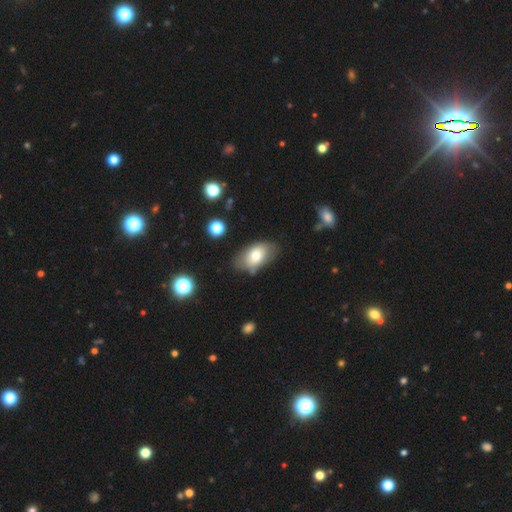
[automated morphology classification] Smooth or featured: smooth — 71% (featured or disk — 21%)
How rounded: in between — 92% (round — 6%)
Merging: none — 68% (minor disturbance — 22%)